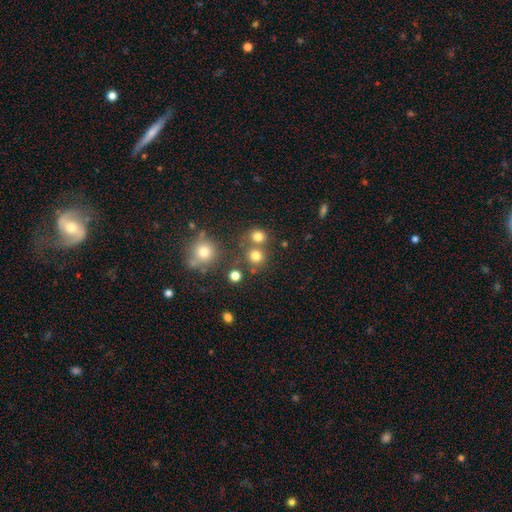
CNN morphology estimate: Smooth or featured? Predicted: smooth (p=0.76). How rounded? Predicted: round (p=0.88). Merging? Predicted: none (p=0.66).